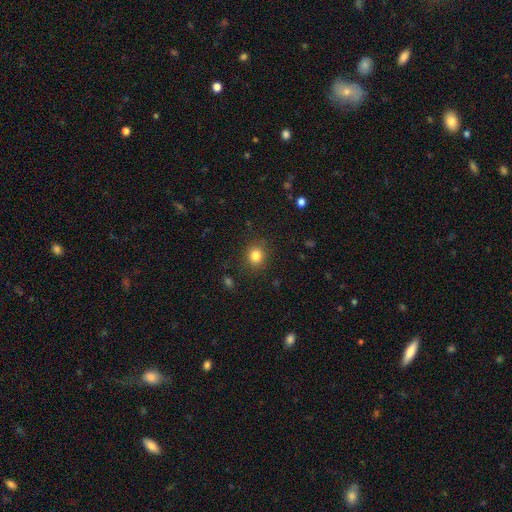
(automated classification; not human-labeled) Overall: smooth (83%). How rounded: round (83%). Merging: none (88%).